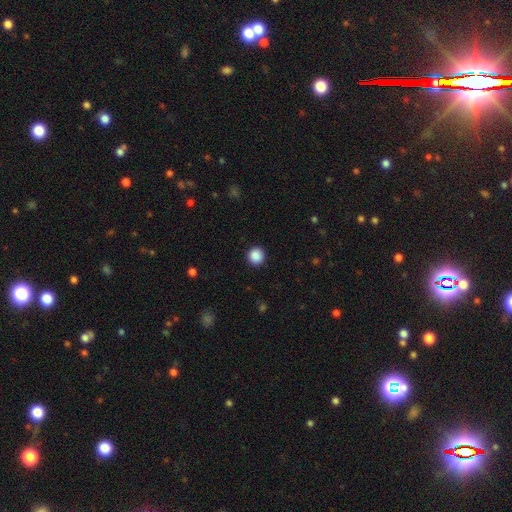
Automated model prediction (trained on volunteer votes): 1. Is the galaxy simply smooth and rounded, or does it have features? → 88% smooth, 9% star or artifact, 2% featured or disk.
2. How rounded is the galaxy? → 95% round, 4% in between, 1% cigar-shaped.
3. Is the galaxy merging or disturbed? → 92% none, 5% minor disturbance, 2% major disturbance, 1% merger.